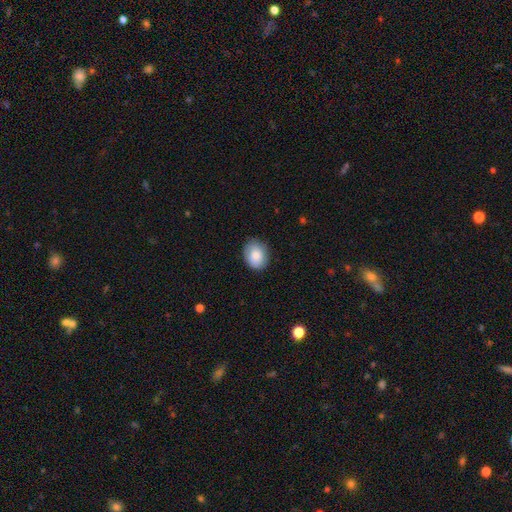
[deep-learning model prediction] Smooth or featured? smooth (85%)
How rounded? in between (57%)
Merging? none (83%)